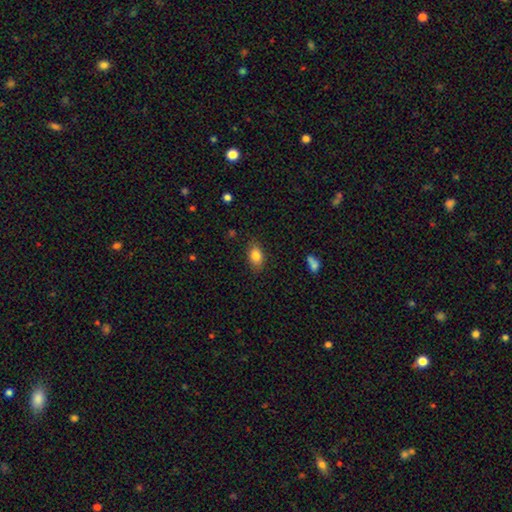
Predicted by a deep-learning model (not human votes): The model was most divided on "merging": none: 83%, minor disturbance: 13%, major disturbance: 3%, merger: 1%. More confident: how rounded — in between (85%); smooth or featured — smooth (82%).